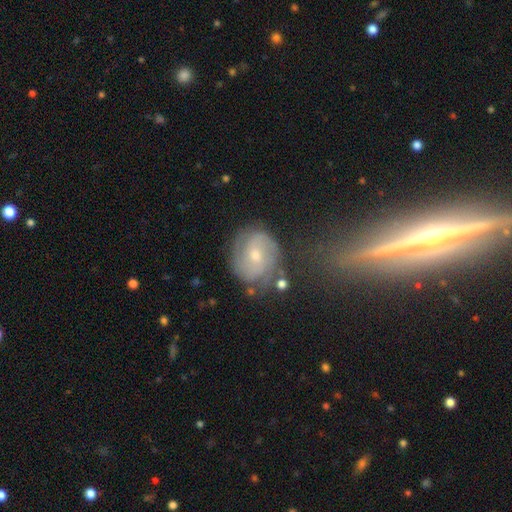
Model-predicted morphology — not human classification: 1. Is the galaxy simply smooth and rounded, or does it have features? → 74% featured or disk, 19% smooth, 7% star or artifact.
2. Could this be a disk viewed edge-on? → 97% no, 3% yes.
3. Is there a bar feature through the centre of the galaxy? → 49% no, 43% weak, 8% strong.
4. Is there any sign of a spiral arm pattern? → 92% yes, 8% no.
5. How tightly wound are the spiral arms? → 47% tight, 40% medium, 13% loose.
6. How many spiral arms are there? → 54% 2, 22% can't tell, 14% 3, 4% 1, 4% 4, 3% more than 4.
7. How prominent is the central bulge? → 49% moderate, 46% small, 2% large, 2% none, 1% dominant.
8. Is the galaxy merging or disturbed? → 70% none, 18% minor disturbance, 7% major disturbance, 4% merger.